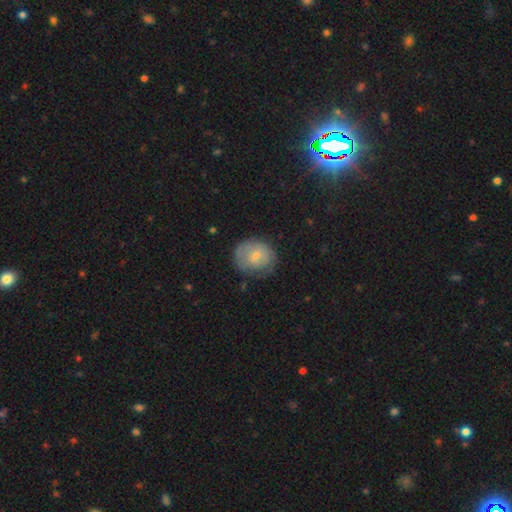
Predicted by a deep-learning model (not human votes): A smooth galaxy with no disk features (56%) that is round (68%). Merging: none (68%).